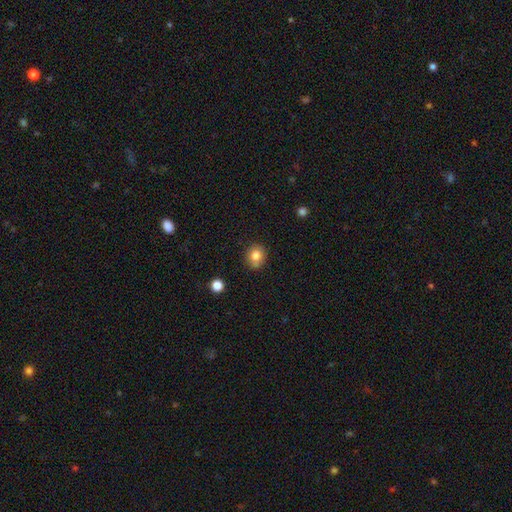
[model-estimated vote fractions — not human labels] Smooth or featured? smooth (81%)
How rounded? round (83%)
Merging? none (75%)